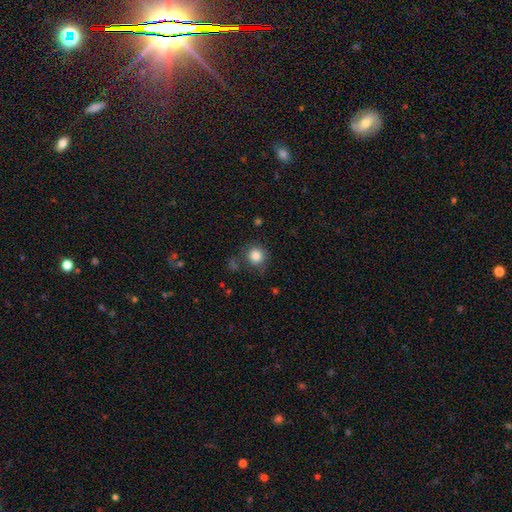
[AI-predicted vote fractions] smooth 85%, star or artifact 10%, featured or disk 5%. Down the decision tree: how rounded — round (91%); merging — none (78%).